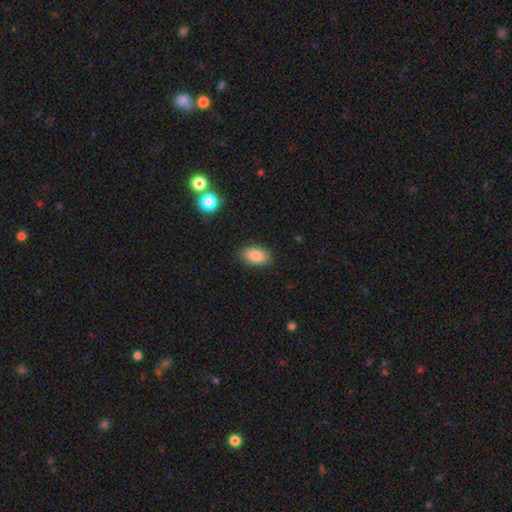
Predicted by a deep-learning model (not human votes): Q: Smooth or featured?
A: smooth (86%); runner-up: star or artifact (8%)
Q: How rounded?
A: in between (90%); runner-up: round (8%)
Q: Merging?
A: none (83%); runner-up: minor disturbance (13%)